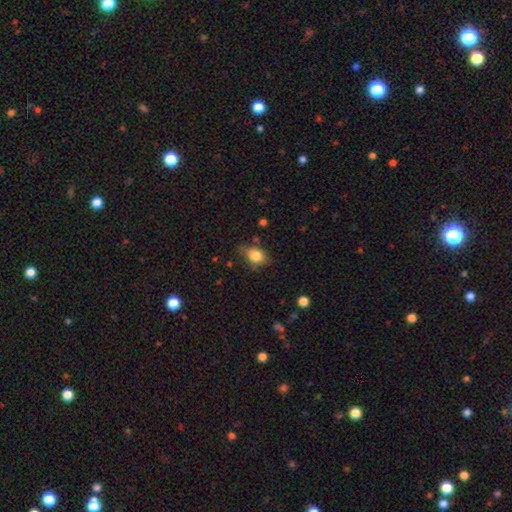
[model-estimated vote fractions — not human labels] The model was most divided on "how rounded": in between: 59%, round: 39%, cigar-shaped: 2%. More confident: smooth or featured — smooth (80%); merging — none (64%).